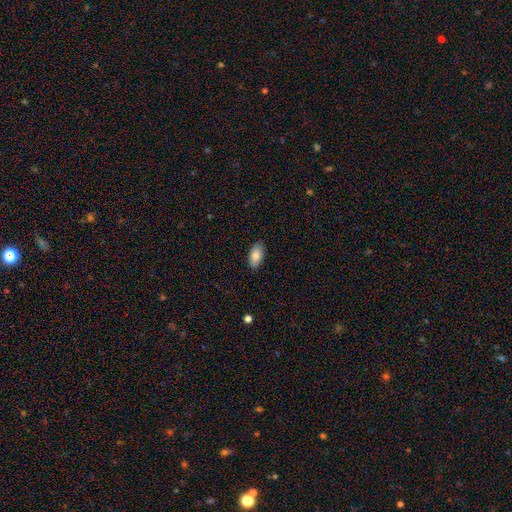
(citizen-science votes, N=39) Smooth or featured? smooth (85%)
How rounded? in between (100%)
Merging? none (92%)